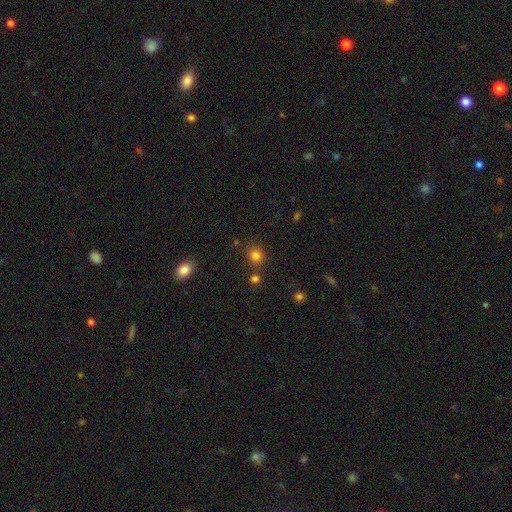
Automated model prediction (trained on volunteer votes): Smooth or featured? smooth (79%)
How rounded? round (83%)
Merging? none (77%)